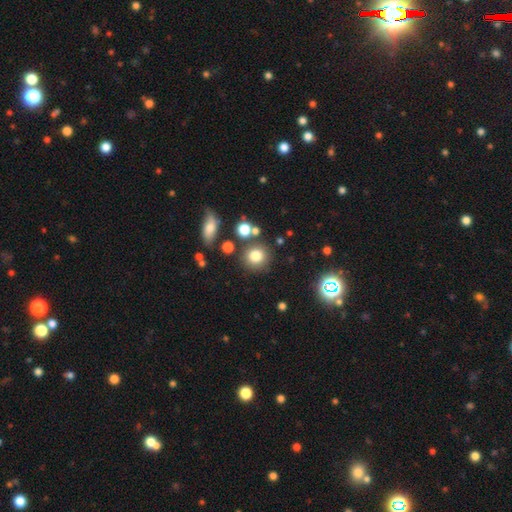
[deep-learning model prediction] This appears to be a smooth galaxy with no disk features (78%) that is round (87%). Merging: none (77%).